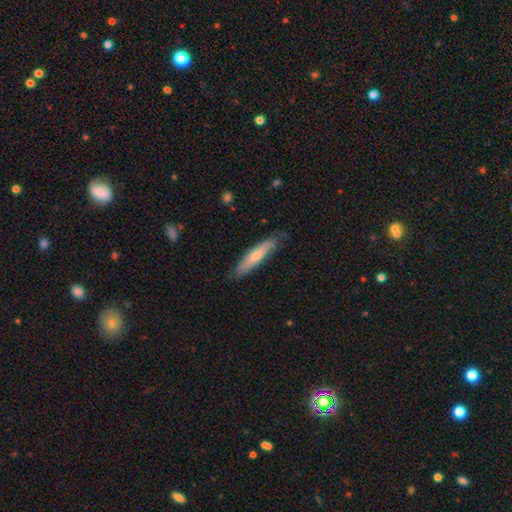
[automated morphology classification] This is likely a smooth galaxy (64%). How rounded: clearly cigar-shaped (84%). Merging: likely none (76%).